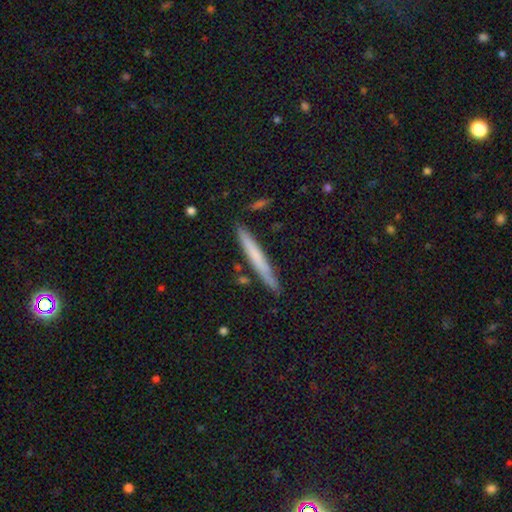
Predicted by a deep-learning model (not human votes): Smooth or featured? smooth (61%)
How rounded? cigar-shaped (96%)
Merging? none (85%)